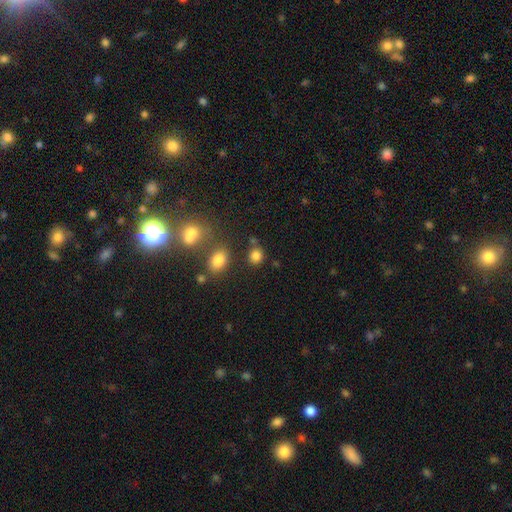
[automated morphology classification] Smooth or featured?
  - smooth: 83% *
  - star or artifact: 12%
  - featured or disk: 5%
How rounded?
  - round: 72% *
  - in between: 27%
  - cigar-shaped: 1%
Merging?
  - none: 73% *
  - merger: 12%
  - minor disturbance: 11%
  - major disturbance: 4%